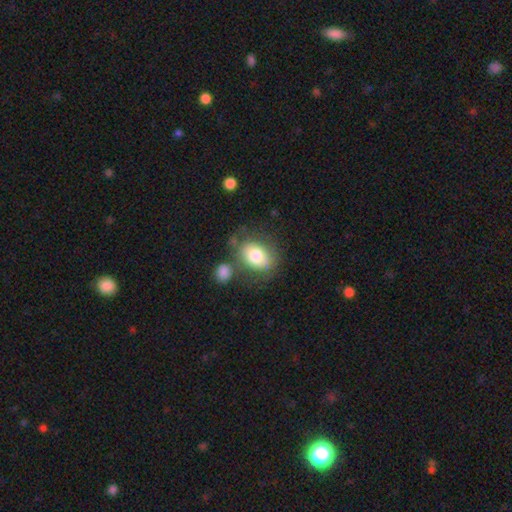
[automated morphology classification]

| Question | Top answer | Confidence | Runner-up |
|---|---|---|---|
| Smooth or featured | smooth | 75% | featured or disk (17%) |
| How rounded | in between | 61% | round (38%) |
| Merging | none | 61% | minor disturbance (18%) |